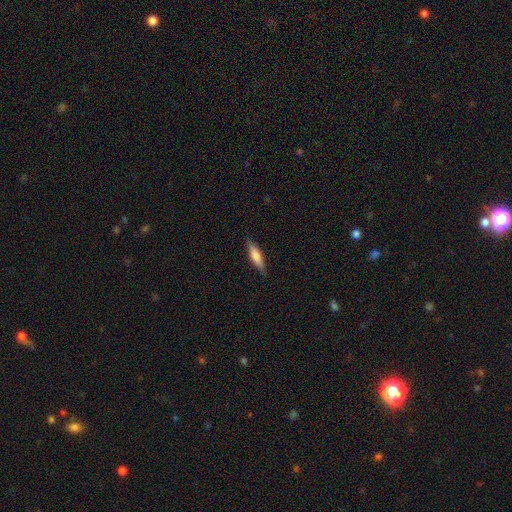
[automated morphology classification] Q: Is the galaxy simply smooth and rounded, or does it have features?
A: smooth — 62%.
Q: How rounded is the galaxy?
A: cigar-shaped — 76%.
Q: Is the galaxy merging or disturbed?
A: none — 87%.